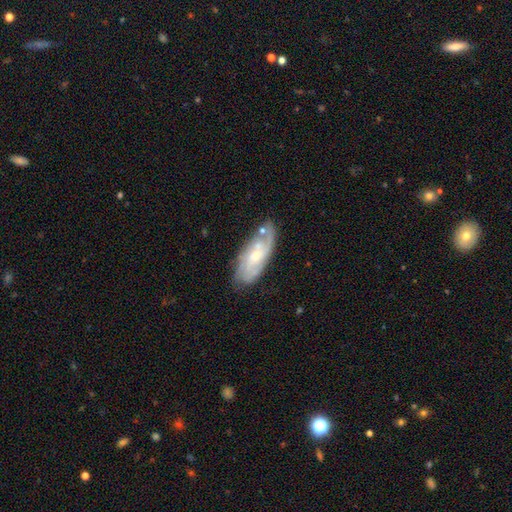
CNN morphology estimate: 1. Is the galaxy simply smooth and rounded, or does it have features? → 68% featured or disk, 26% smooth, 6% star or artifact.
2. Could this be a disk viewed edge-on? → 89% no, 11% yes.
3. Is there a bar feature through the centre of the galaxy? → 61% no, 34% weak, 6% strong.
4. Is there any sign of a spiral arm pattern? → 87% yes, 13% no.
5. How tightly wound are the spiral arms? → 47% tight, 39% medium, 14% loose.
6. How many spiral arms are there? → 42% can't tell, 29% 2, 16% 3, 6% 4, 5% 1, 3% more than 4.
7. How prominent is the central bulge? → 46% moderate, 45% small, 5% none, 3% large, 1% dominant.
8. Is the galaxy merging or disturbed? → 64% none, 23% minor disturbance, 7% major disturbance, 6% merger.